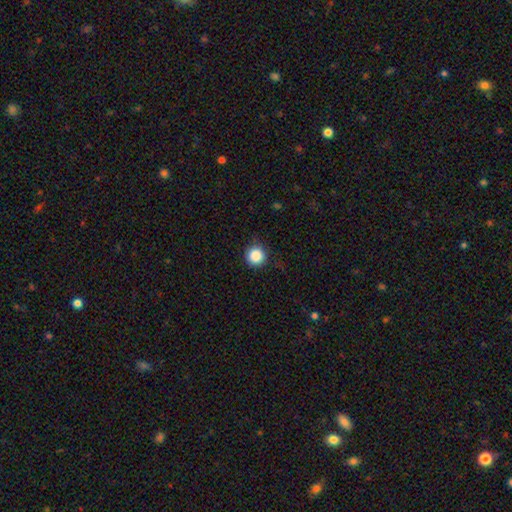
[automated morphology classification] Overall: smooth (88%). How rounded: round (96%). Merging: none (88%).